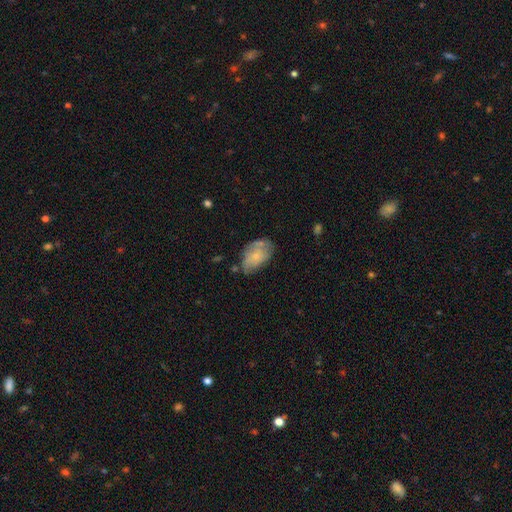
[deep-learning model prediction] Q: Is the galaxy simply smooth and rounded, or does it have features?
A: smooth — 58%.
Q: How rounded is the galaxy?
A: in between — 89%.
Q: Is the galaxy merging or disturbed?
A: none — 47%.